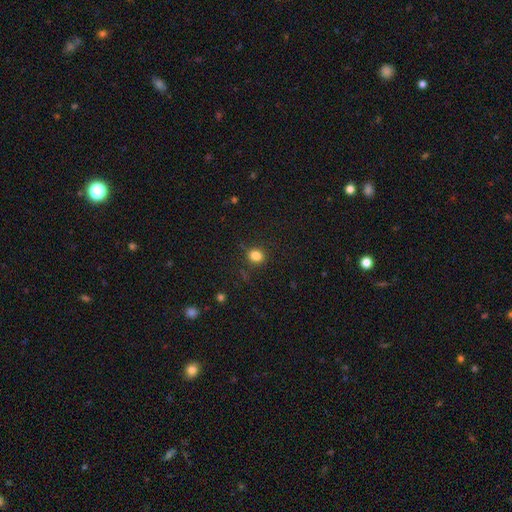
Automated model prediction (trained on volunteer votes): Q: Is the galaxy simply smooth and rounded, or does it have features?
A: smooth — 83%.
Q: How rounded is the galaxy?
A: round — 67%.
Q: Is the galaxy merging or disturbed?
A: none — 84%.